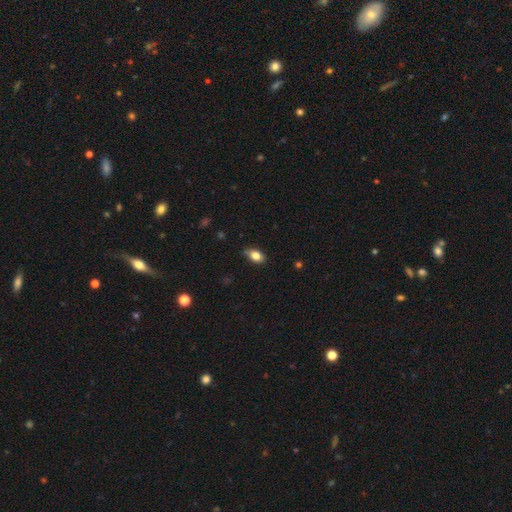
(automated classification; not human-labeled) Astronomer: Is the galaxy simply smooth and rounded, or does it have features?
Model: smooth — 81%.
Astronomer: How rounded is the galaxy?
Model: in between — 87%.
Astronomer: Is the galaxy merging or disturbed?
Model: none — 79%.